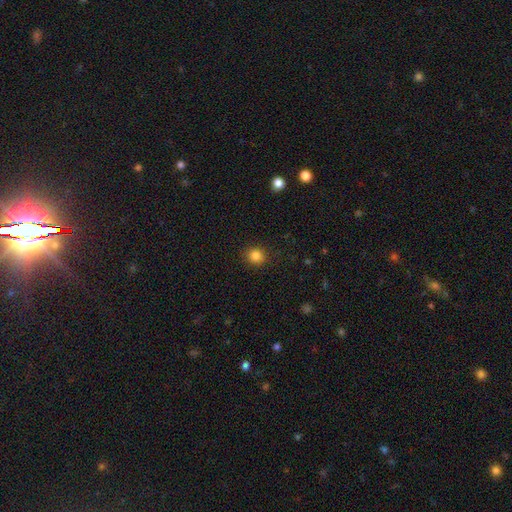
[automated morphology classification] A smooth galaxy with no disk features (84%) that is round (87%).

Vote fractions:
- Smooth or featured? smooth: 84% / star or artifact: 12% / featured or disk: 4%
- How rounded? round: 87% / in between: 12% / cigar-shaped: 1%
- Merging? none: 89% / minor disturbance: 7% / major disturbance: 2% / merger: 1%